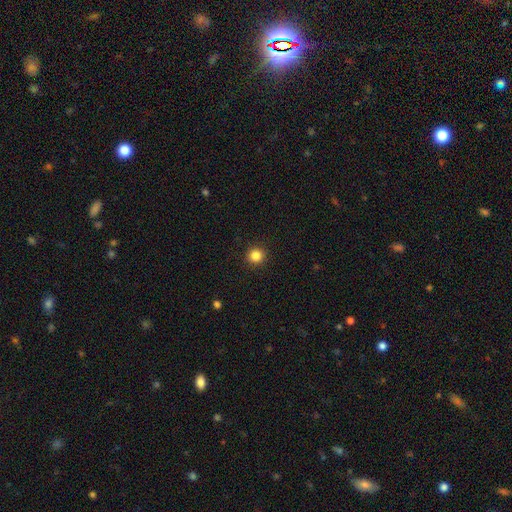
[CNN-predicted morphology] smooth 84%, star or artifact 12%, featured or disk 4%. Down the decision tree: how rounded — round (95%); merging — none (93%).